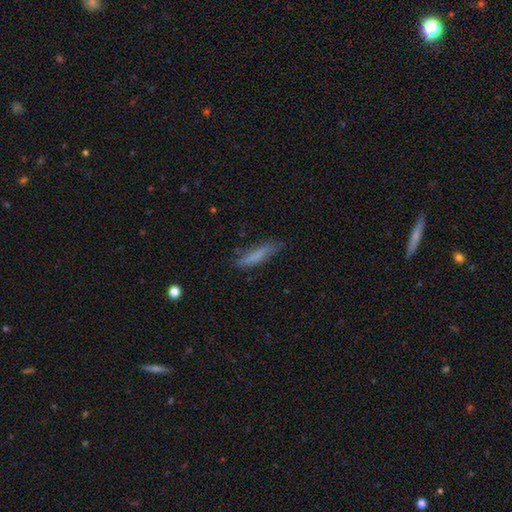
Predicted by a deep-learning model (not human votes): smooth_or_featured: smooth (p=0.71) [alt: featured or disk p=0.21]
how_rounded: cigar-shaped (p=0.78) [alt: in between p=0.21]
merging: none (p=0.67) [alt: minor disturbance p=0.24]